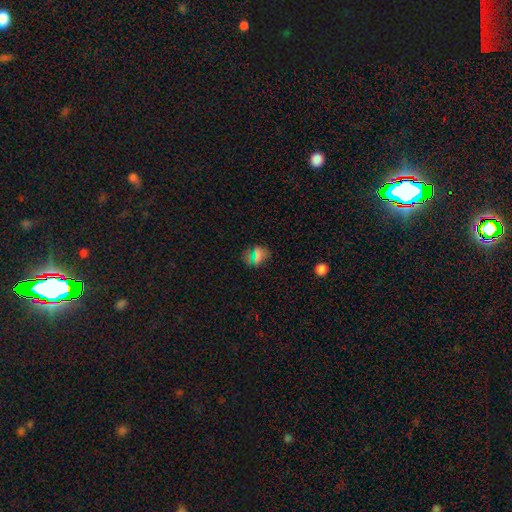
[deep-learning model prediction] Morphology: type=smooth (60%); roundness=round (60%); merging=none (79%).